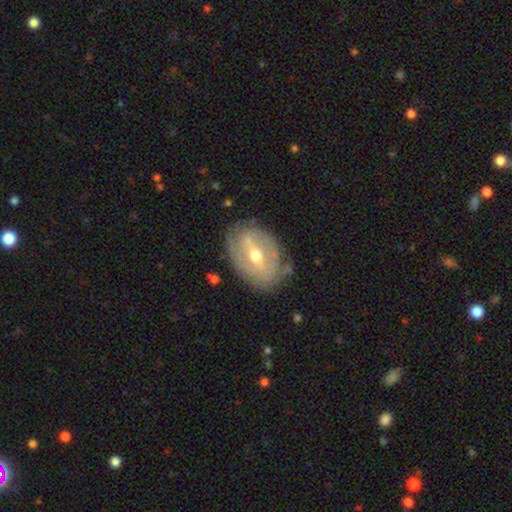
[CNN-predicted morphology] A featured or disk galaxy (73%) with a weak bar (43%), spiral arms (61%) and a moderate central bulge (69%).

Vote fractions:
- Smooth or featured? featured or disk: 73% / smooth: 21% / star or artifact: 6%
- Edge-on disk? no: 93% / yes: 7%
- Bar? weak: 43% / strong: 36% / no: 21%
- Spiral arms? yes: 61% / no: 39%
- Bulge size? moderate: 69% / small: 26% / large: 3% / none: 1% / dominant: 1%
- Merging? none: 75% / minor disturbance: 18% / major disturbance: 5% / merger: 2%